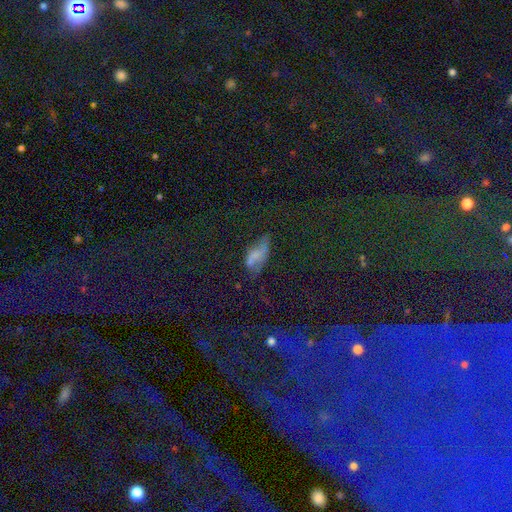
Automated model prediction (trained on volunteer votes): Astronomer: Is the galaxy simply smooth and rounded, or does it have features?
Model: smooth — 50% (runner-up: star or artifact, 25%).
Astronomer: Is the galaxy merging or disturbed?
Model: none — 38% (runner-up: minor disturbance, 26%).